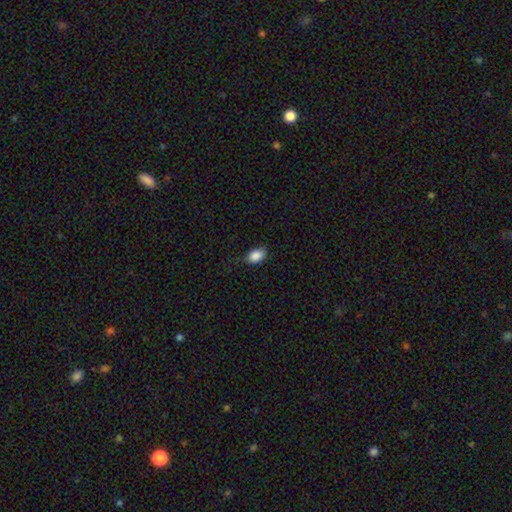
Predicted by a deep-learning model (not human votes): smooth_or_featured: smooth (p=0.88) [alt: star or artifact p=0.08]
how_rounded: in between (p=0.85) [alt: round p=0.13]
merging: none (p=0.73) [alt: minor disturbance p=0.22]